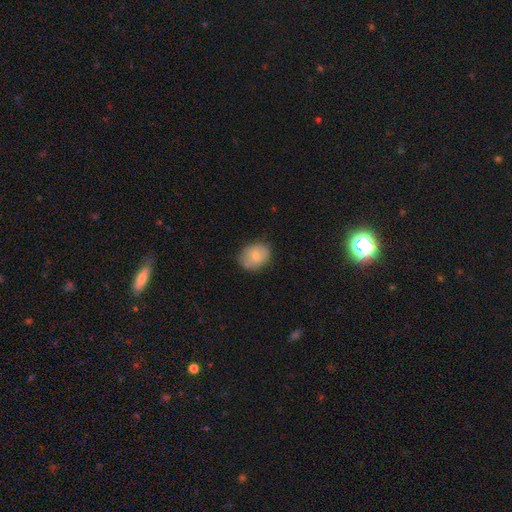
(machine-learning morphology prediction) Smooth or featured? Predicted: smooth (p=0.73). How rounded? Predicted: in between (p=0.53). Merging? Predicted: none (p=0.71).